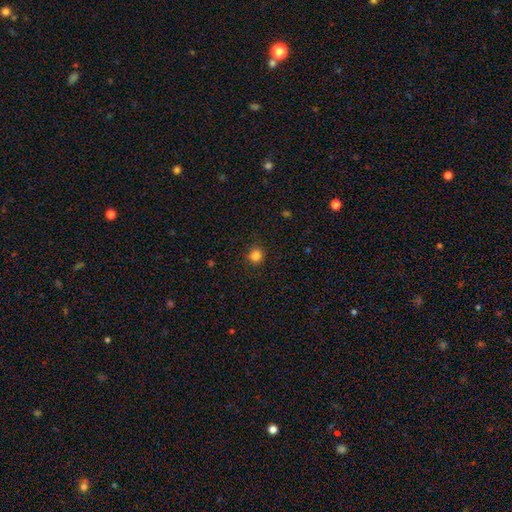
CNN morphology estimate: A smooth galaxy with no disk features (83%) that is round (85%). Merging: none (84%).